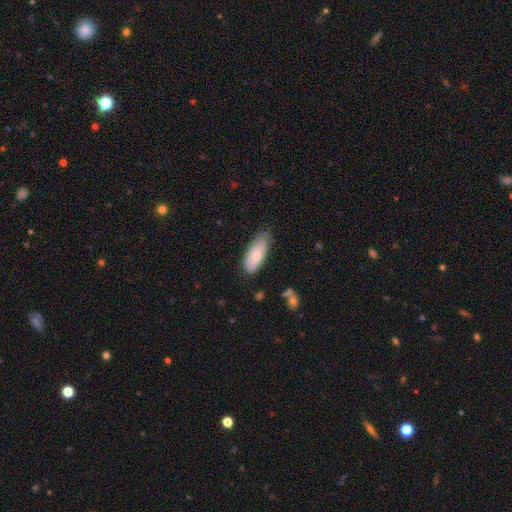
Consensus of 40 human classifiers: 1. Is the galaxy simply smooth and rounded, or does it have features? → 80% smooth, 15% featured or disk, 5% star or artifact.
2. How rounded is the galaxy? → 84% in between, 16% cigar-shaped, 0% round.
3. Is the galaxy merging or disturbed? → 61% none, 37% minor disturbance, 3% major disturbance, 0% merger.